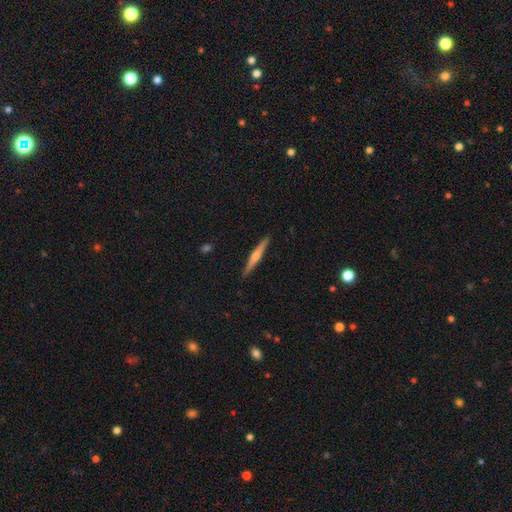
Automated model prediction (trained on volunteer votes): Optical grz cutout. It shows a featured or disk galaxy (54%) viewed edge-on (98%) with a rounded central bulge (62%). Merging: none (91%).